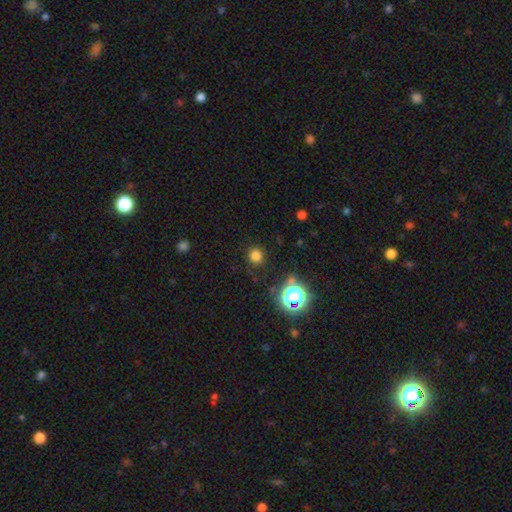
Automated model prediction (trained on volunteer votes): Smooth or featured? Predicted: smooth (p=0.75). How rounded? Predicted: round (p=0.89). Merging? Predicted: none (p=0.87).